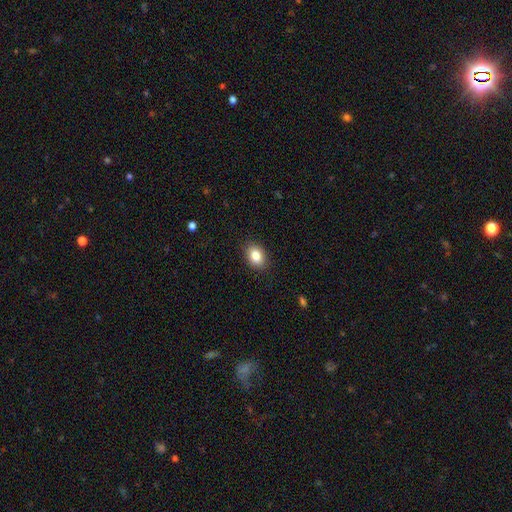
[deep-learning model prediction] A smooth galaxy with no disk features (85%) that is in between round and cigar-shaped (74%).

Vote fractions:
- Smooth or featured? smooth: 85% / star or artifact: 9% / featured or disk: 7%
- How rounded? in between: 74% / round: 24% / cigar-shaped: 1%
- Merging? none: 88% / minor disturbance: 9% / major disturbance: 2% / merger: 1%